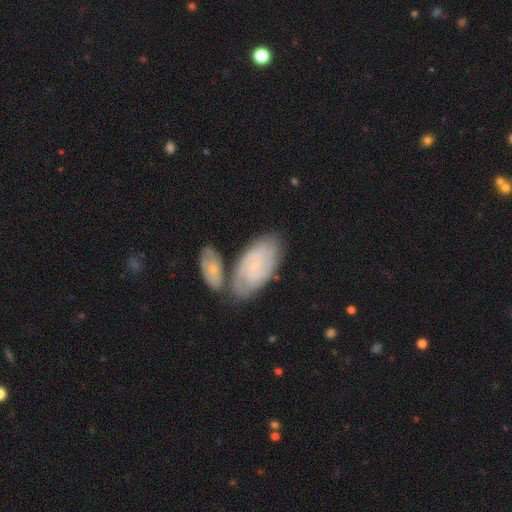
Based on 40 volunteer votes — Smooth or featured? featured or disk (80%)
Edge-on disk? no (94%)
Bar? no (53%)
Spiral arms? yes (93%)
Spiral winding? tight (46%)
Spiral arm count? 2 (75%)
Bulge size? small (77%)
Merging? none (48%)